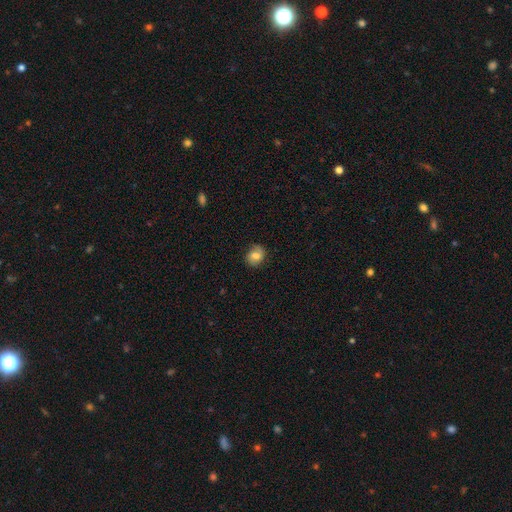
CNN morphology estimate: Smooth or featured? Predicted: smooth (p=0.72). How rounded? Predicted: round (p=0.62). Merging? Predicted: none (p=0.77).